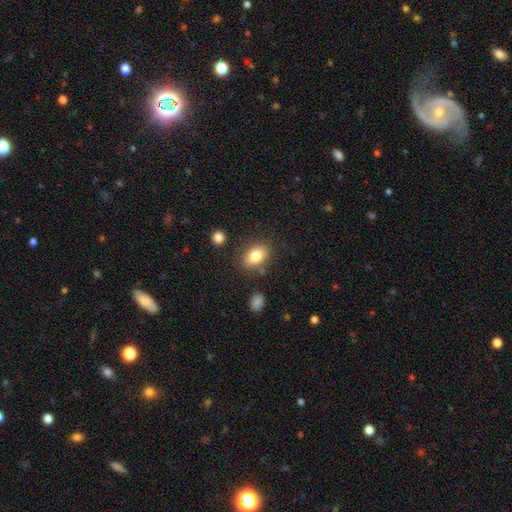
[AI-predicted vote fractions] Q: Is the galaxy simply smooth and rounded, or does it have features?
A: smooth — 82%.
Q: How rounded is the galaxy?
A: in between — 82%.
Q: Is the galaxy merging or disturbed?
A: none — 79%.